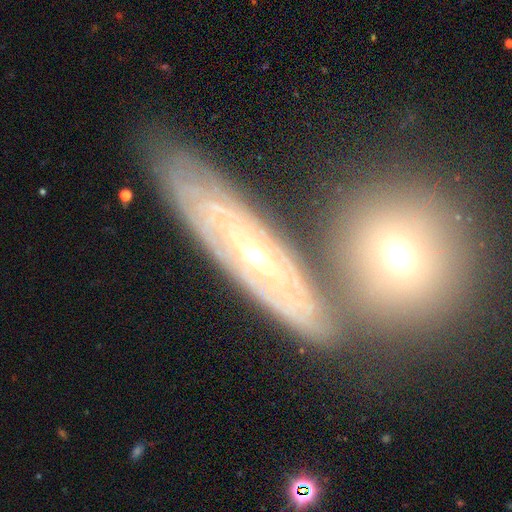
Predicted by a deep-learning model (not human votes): A featured or disk galaxy (81%) with no bar (55%), tight (74%) spiral arms (85%) and a small central bulge (59%).

Vote fractions:
- Smooth or featured? featured or disk: 81% / smooth: 12% / star or artifact: 7%
- Edge-on disk? no: 73% / yes: 27%
- Bar? no: 55% / weak: 31% / strong: 14%
- Spiral arms? yes: 85% / no: 15%
- Spiral winding? tight: 74% / medium: 20% / loose: 6%
- Spiral arm count? can't tell: 53% / 2: 16% / 3: 12% / 4: 8% / more than 4: 6% / 1: 5%
- Bulge size? small: 59% / moderate: 37% / large: 2% / none: 1% / dominant: 1%
- Merging? none: 66% / minor disturbance: 16% / merger: 12% / major disturbance: 5%